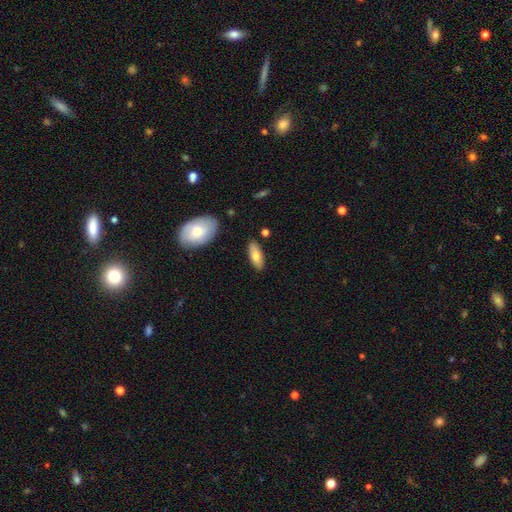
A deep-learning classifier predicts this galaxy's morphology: This appears to be a smooth galaxy with no disk features (72%) that is in between round and cigar-shaped (78%). Merging: none (85%).